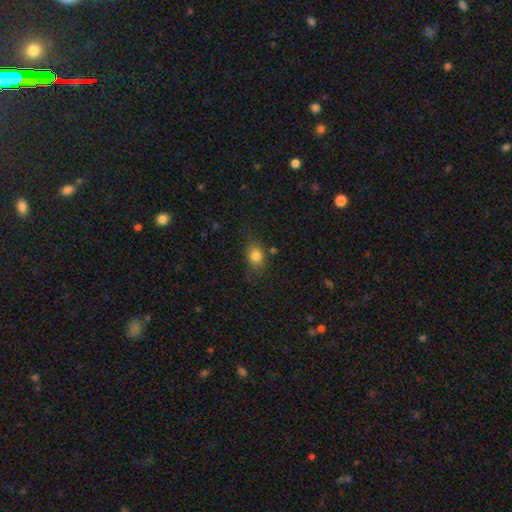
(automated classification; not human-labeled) Smooth or featured? Predicted: smooth (p=0.82). How rounded? Predicted: in between (p=0.55). Merging? Predicted: none (p=0.71).